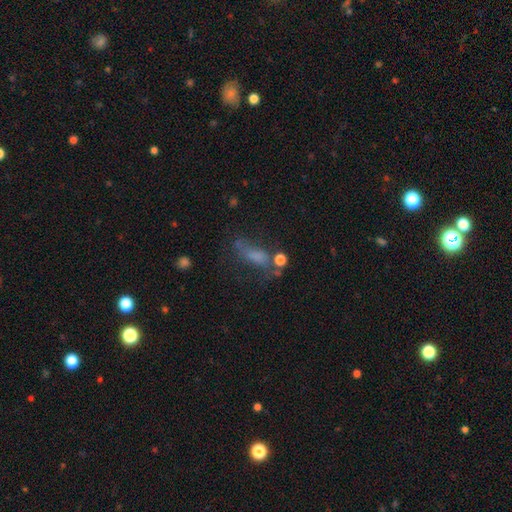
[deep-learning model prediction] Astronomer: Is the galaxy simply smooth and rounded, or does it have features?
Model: smooth — 52% (runner-up: featured or disk, 29%).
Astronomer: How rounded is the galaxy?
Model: in between — 64%.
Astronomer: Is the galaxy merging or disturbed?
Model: none — 36% (runner-up: major disturbance, 29%).